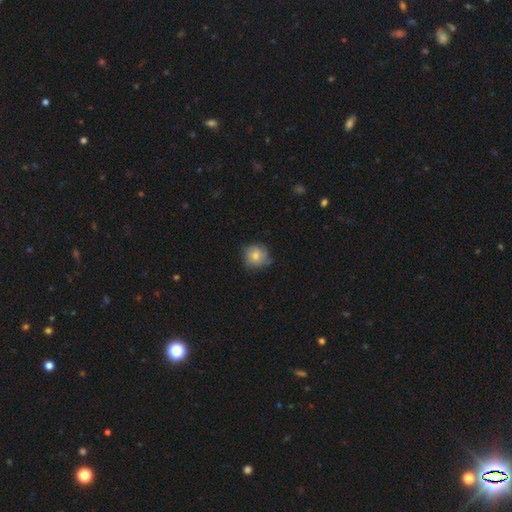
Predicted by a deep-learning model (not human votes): This appears to be a smooth galaxy with no disk features (66%) that is round (87%). Merging: none (70%).